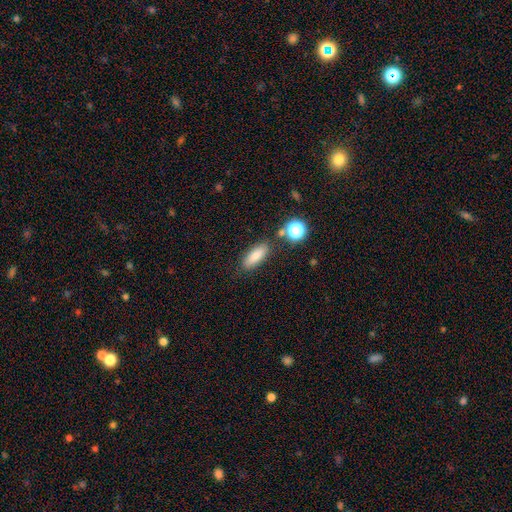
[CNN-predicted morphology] smooth_or_featured: smooth (p=0.81) [alt: featured or disk p=0.10]
how_rounded: in between (p=0.65) [alt: cigar-shaped p=0.31]
merging: none (p=0.81) [alt: minor disturbance p=0.11]